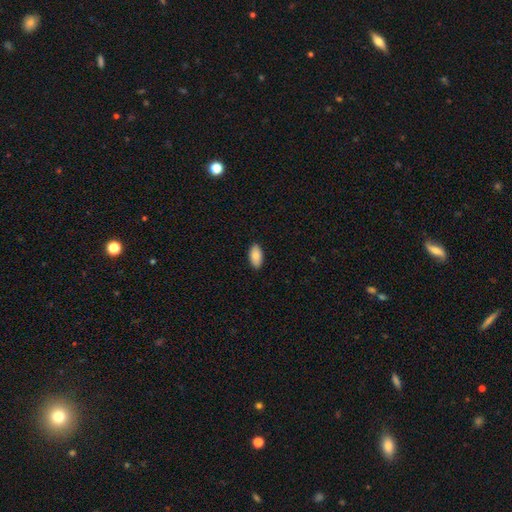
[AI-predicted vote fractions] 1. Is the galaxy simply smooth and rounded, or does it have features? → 85% smooth, 9% featured or disk, 6% star or artifact.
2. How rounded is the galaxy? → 94% in between, 3% cigar-shaped, 2% round.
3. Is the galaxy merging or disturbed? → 89% none, 8% minor disturbance, 2% major disturbance, 1% merger.